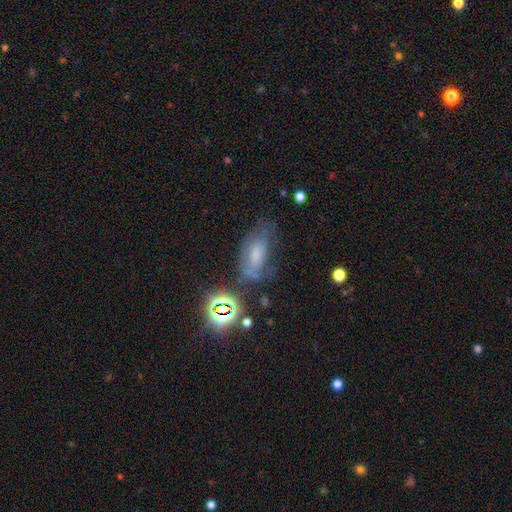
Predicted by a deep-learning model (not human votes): A featured or disk galaxy (41%). Merging: none (48%).